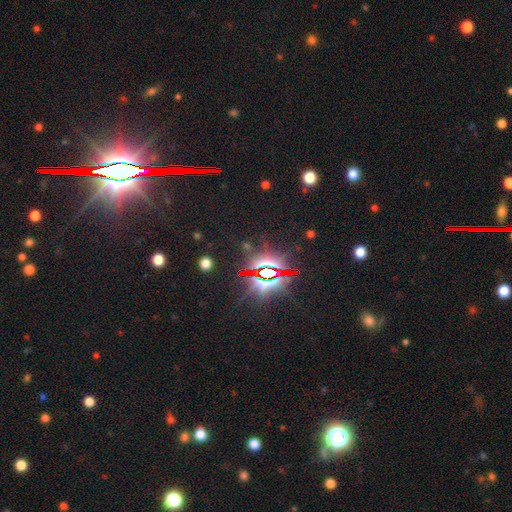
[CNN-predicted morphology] smooth_or_featured: star or artifact (p=0.85) [alt: featured or disk p=0.08]